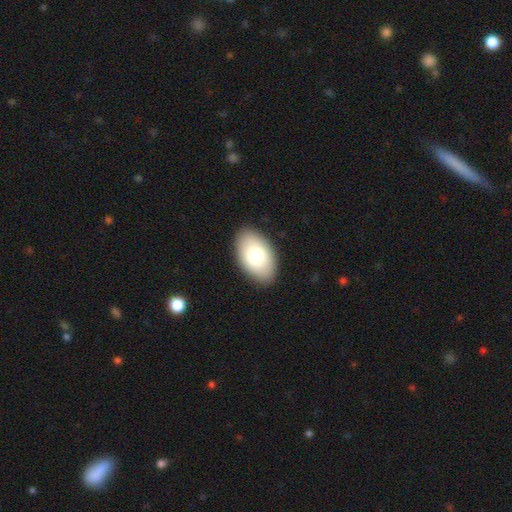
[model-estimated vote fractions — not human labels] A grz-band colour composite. It shows a smooth galaxy with no disk features (81%) that is in between round and cigar-shaped (94%). Merging: none (87%).